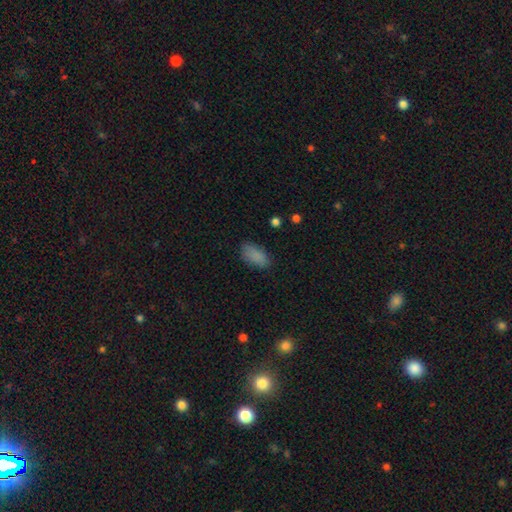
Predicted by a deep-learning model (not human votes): Morphology: type=smooth (86%); roundness=in between (91%); merging=none (79%).